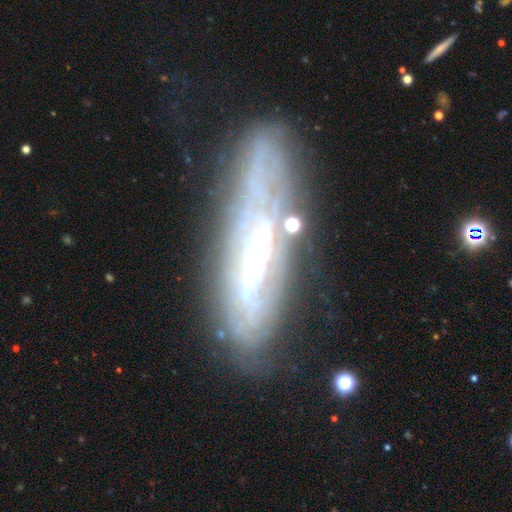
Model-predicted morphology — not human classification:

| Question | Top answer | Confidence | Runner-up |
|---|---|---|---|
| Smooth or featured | featured or disk | 72% | smooth (18%) |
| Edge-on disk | no | 58% | yes (42%) |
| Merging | none | 59% | minor disturbance (23%) |